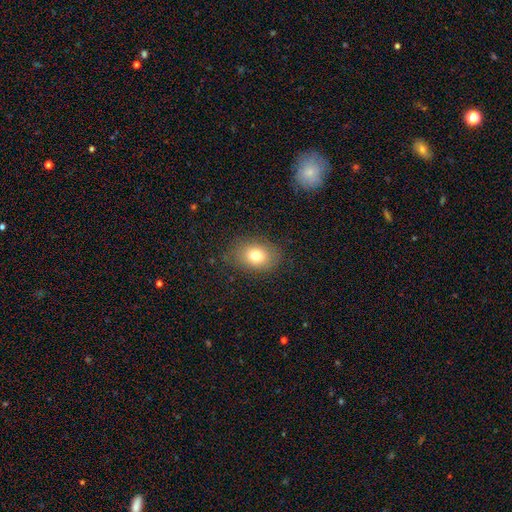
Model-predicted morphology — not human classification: Smooth or featured? Predicted: smooth (p=0.75). How rounded? Predicted: in between (p=0.65). Merging? Predicted: none (p=0.81).